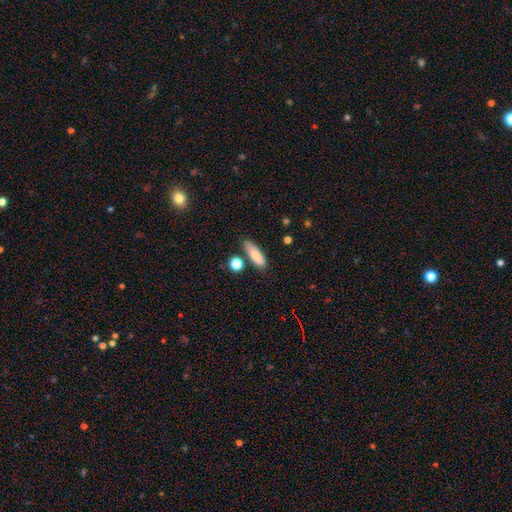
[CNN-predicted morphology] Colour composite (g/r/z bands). It shows a smooth galaxy with no disk features (81%) that is in between round and cigar-shaped (50%). Merging: none (68%).